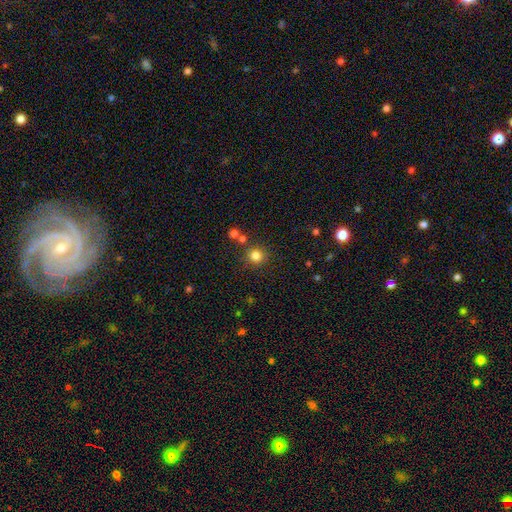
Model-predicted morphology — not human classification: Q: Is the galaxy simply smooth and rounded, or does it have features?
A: smooth — 81%.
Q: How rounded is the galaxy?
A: round — 90%.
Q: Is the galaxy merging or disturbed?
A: none — 82%.